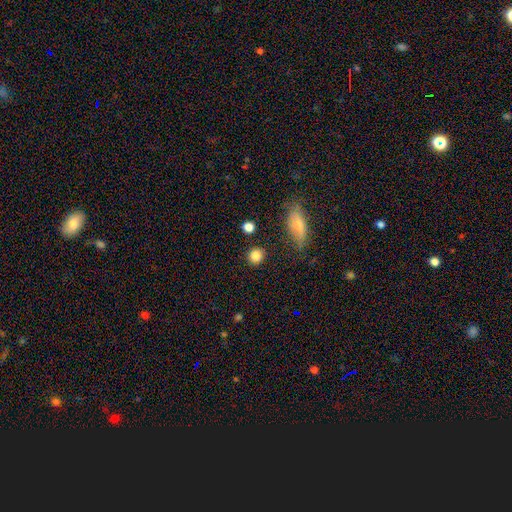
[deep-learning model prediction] This is clearly a smooth galaxy (85%). How rounded: clearly round (86%). Merging: clearly none (86%).